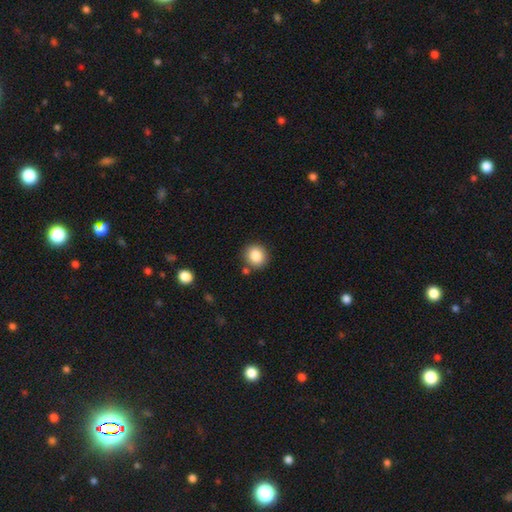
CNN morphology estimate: Smooth or featured? smooth (85%)
How rounded? round (86%)
Merging? none (84%)